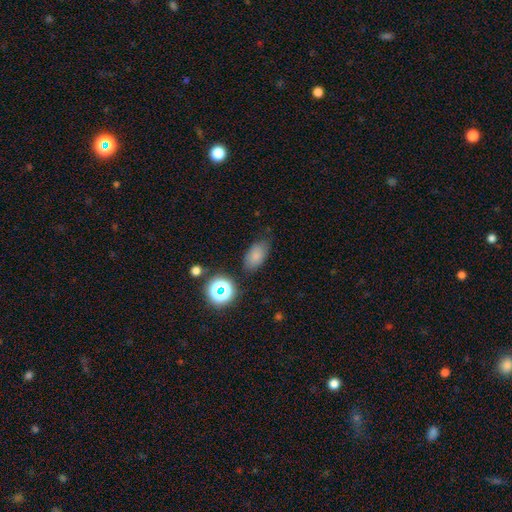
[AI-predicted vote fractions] Smooth or featured? smooth (78%)
How rounded? in between (89%)
Merging? none (76%)